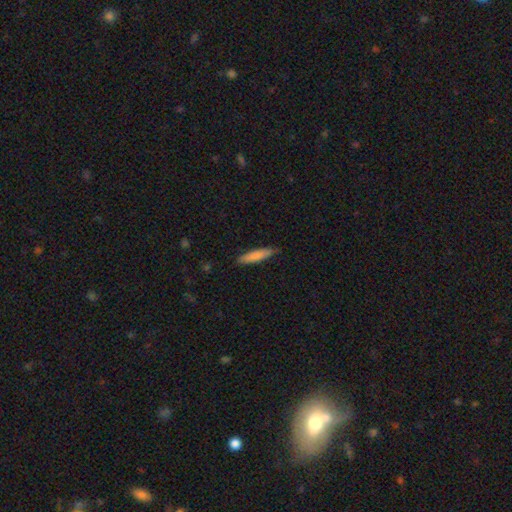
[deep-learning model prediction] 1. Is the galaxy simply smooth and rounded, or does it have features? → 79% smooth, 15% featured or disk, 6% star or artifact.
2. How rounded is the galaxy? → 80% cigar-shaped, 18% in between, 1% round.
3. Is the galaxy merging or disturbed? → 86% none, 11% minor disturbance, 2% major disturbance, 1% merger.